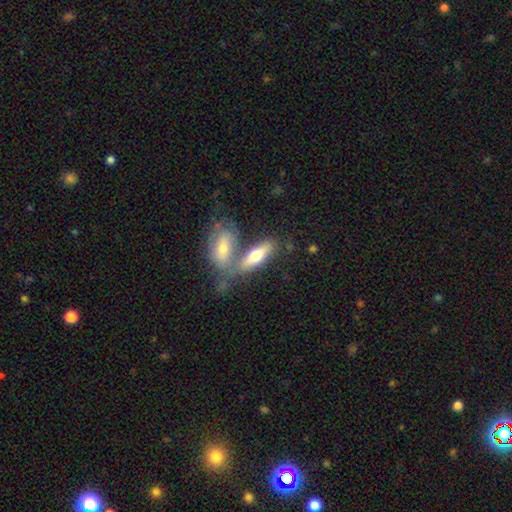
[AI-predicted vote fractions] A smooth galaxy with no disk features (59%) that is in between round and cigar-shaped (55%). Merging: none (43%).